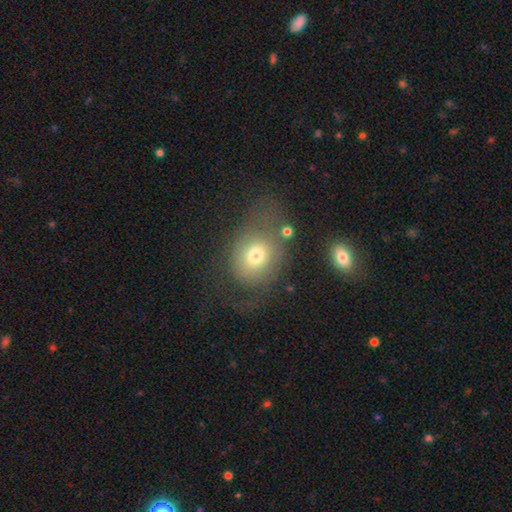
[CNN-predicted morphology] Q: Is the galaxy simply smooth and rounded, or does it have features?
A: smooth — 60%.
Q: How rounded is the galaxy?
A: in between — 51%.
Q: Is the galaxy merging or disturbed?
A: none — 43%.